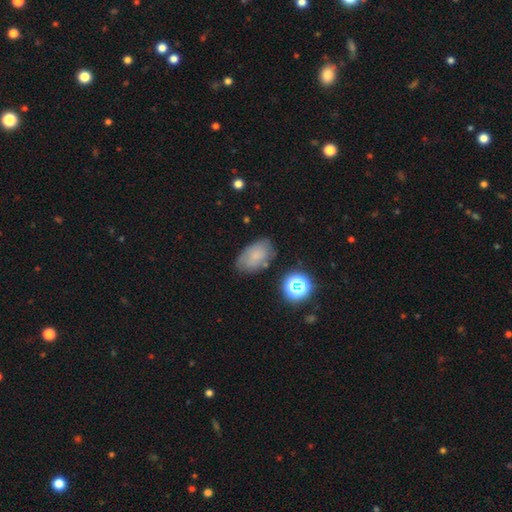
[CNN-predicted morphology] Smooth or featured? smooth (70%)
How rounded? in between (89%)
Merging? none (70%)